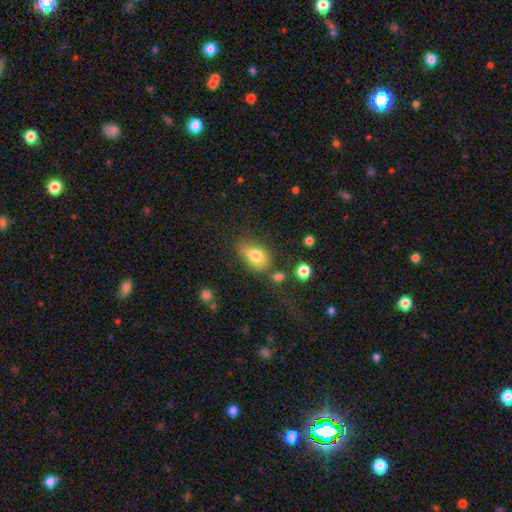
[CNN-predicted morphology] Smooth or featured: smooth — 78% (featured or disk — 13%)
How rounded: in between — 81% (round — 17%)
Merging: none — 46% (minor disturbance — 32%)